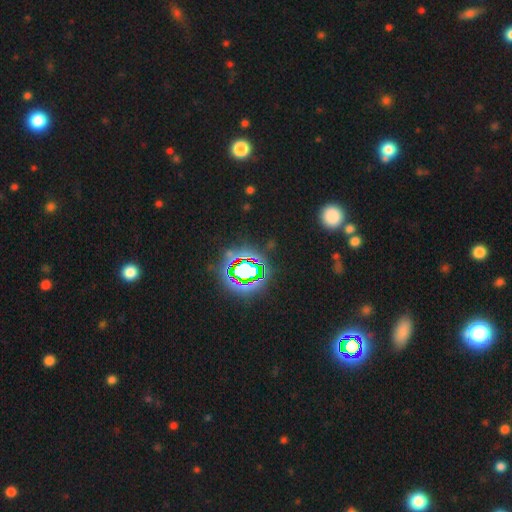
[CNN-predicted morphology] This is clearly a star or artifact rather than a galaxy (81%).